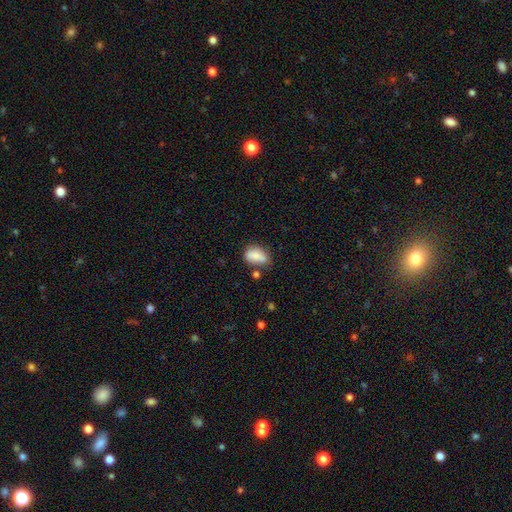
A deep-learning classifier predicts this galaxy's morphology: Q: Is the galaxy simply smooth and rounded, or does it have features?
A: smooth — 81%.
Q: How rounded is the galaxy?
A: in between — 83%.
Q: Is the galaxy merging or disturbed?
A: none — 51%.